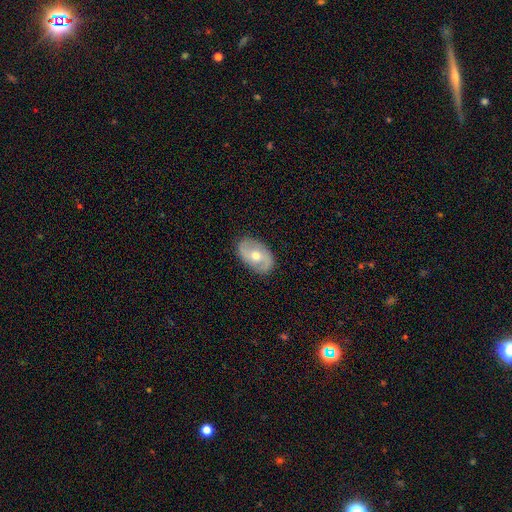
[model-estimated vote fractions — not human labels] A featured or disk galaxy (66%) with no bar (54%), spiral arms (76%) and a moderate central bulge (71%). Merging: none (85%).